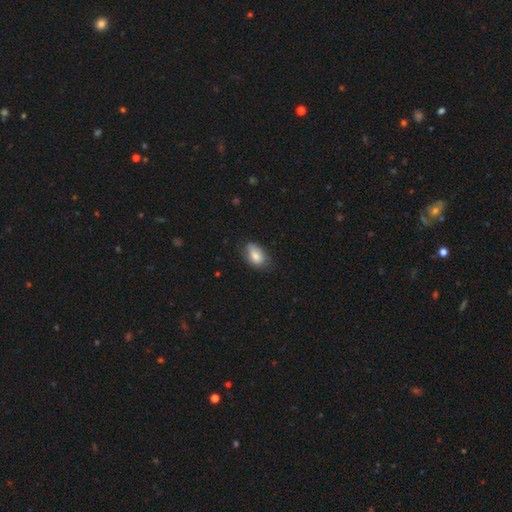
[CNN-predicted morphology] Q: Smooth or featured?
A: smooth (77%); runner-up: featured or disk (16%)
Q: How rounded?
A: in between (90%); runner-up: round (8%)
Q: Merging?
A: none (60%); runner-up: minor disturbance (31%)